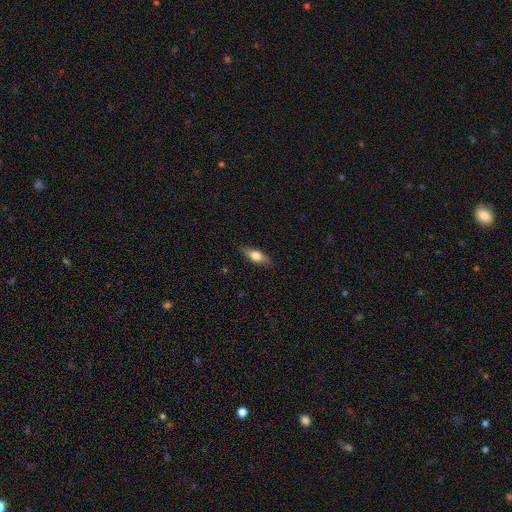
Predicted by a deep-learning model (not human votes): Smooth or featured?
  - smooth: 63% *
  - featured or disk: 30%
  - star or artifact: 7%
How rounded?
  - in between: 67% *
  - cigar-shaped: 29%
  - round: 4%
Merging?
  - none: 83% *
  - minor disturbance: 13%
  - major disturbance: 3%
  - merger: 1%